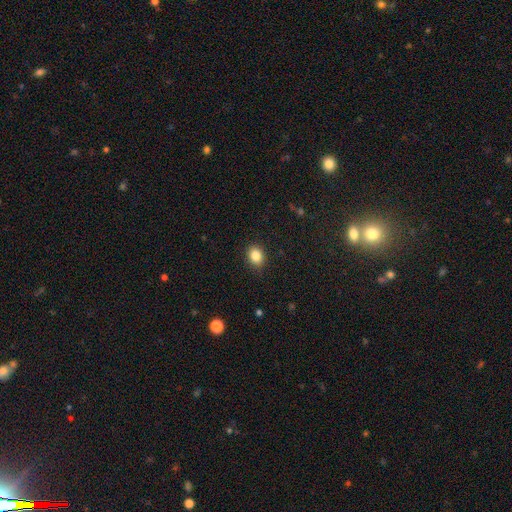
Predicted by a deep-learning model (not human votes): smooth_or_featured: smooth (p=0.86) [alt: star or artifact p=0.10]
how_rounded: round (p=0.51) [alt: in between p=0.48]
merging: none (p=0.88) [alt: minor disturbance p=0.08]